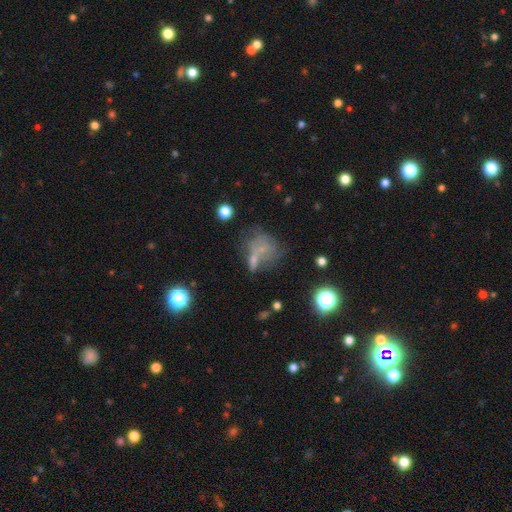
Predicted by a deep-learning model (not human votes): Overall: smooth (43%; featured or disk 35%). Merging: none (33%; major disturbance 25%).